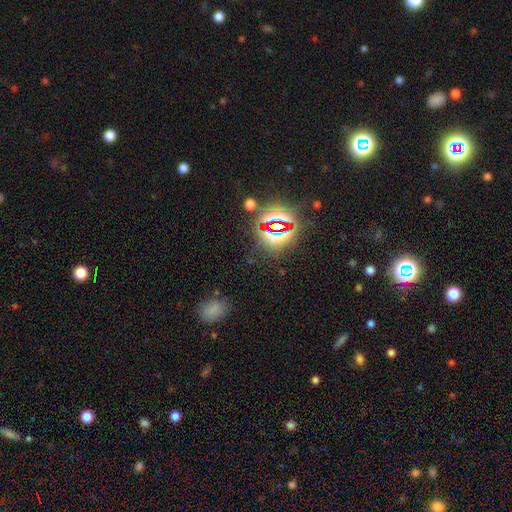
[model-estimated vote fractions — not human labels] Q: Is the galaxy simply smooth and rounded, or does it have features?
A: star or artifact — 75%.